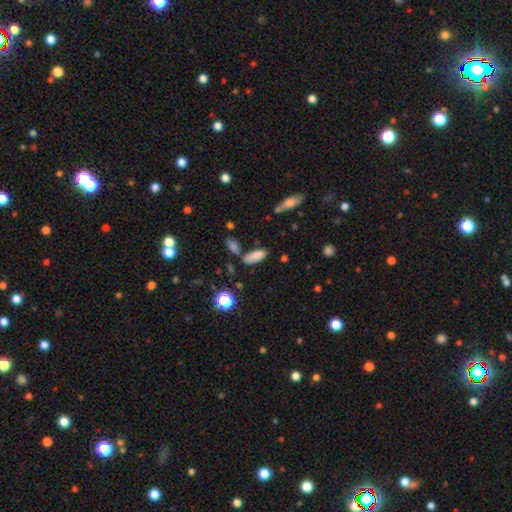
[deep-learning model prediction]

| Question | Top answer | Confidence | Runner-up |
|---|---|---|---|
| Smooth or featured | smooth | 81% | star or artifact (11%) |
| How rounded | in between | 77% | cigar-shaped (21%) |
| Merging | none | 59% | minor disturbance (18%) |